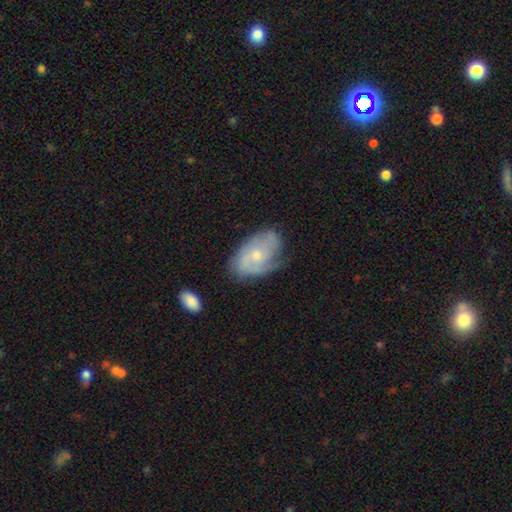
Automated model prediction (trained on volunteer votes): A featured or disk galaxy (64%) with no bar (76%), spiral arms (82%) and a small central bulge (60%).

Vote fractions:
- Smooth or featured? featured or disk: 64% / smooth: 30% / star or artifact: 7%
- Edge-on disk? no: 95% / yes: 5%
- Bar? no: 76% / weak: 21% / strong: 3%
- Spiral arms? yes: 82% / no: 18%
- Bulge size? small: 60% / moderate: 36% / none: 2% / large: 1% / dominant: 1%
- Merging? none: 61% / minor disturbance: 27% / major disturbance: 10% / merger: 2%